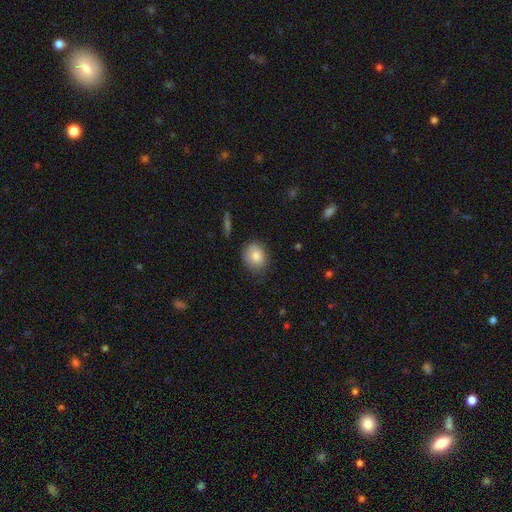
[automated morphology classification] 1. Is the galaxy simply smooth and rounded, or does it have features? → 84% smooth, 8% featured or disk, 8% star or artifact.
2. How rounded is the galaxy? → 57% round, 41% in between, 1% cigar-shaped.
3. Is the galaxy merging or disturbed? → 73% none, 21% minor disturbance, 5% major disturbance, 1% merger.